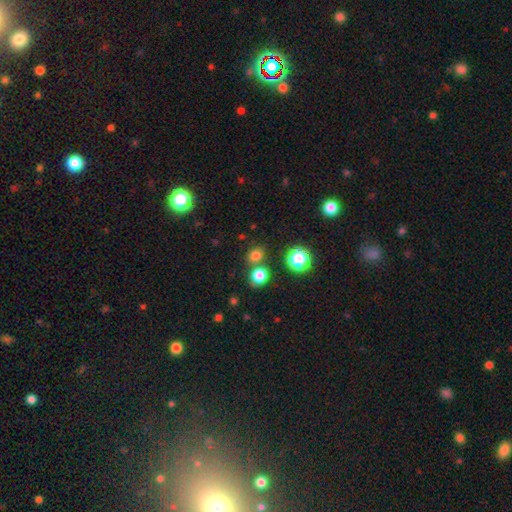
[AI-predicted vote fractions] smooth 75%, star or artifact 19%, featured or disk 6%. Down the decision tree: how rounded — round (65%); merging — none (70%).